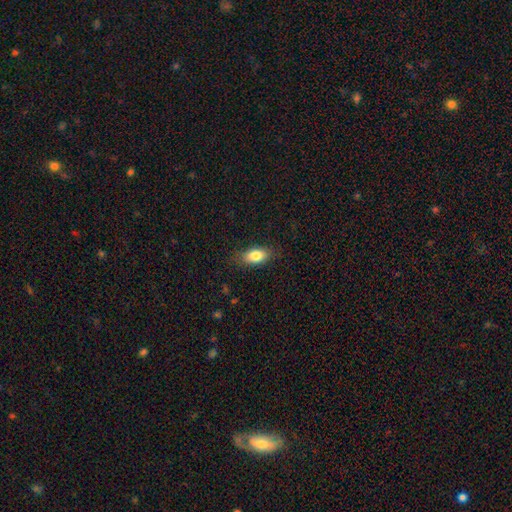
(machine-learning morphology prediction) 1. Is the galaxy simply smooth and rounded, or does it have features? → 82% smooth, 10% featured or disk, 7% star or artifact.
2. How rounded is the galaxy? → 86% in between, 8% cigar-shaped, 5% round.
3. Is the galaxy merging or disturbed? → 81% none, 14% minor disturbance, 4% major disturbance, 1% merger.